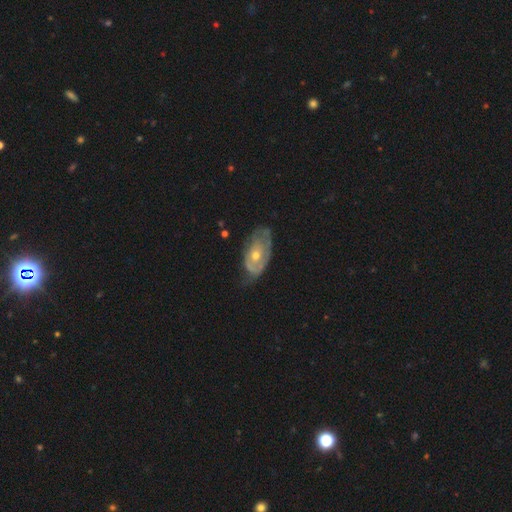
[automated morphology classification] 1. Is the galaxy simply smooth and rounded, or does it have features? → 67% featured or disk, 27% smooth, 6% star or artifact.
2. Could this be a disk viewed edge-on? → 91% no, 9% yes.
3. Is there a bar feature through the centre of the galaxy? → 83% no, 14% weak, 3% strong.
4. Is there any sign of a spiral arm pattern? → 60% yes, 40% no.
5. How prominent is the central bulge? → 57% moderate, 38% small, 2% large, 1% none, 1% dominant.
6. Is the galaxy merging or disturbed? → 52% none, 31% minor disturbance, 14% major disturbance, 2% merger.